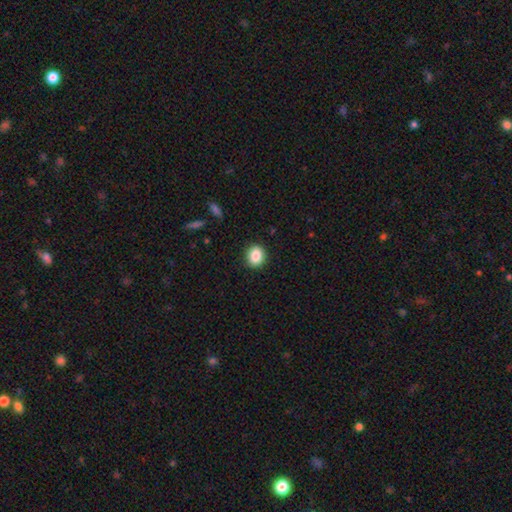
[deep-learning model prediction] A smooth galaxy with no disk features (87%) that is round (62%).

Vote fractions:
- Smooth or featured? smooth: 87% / star or artifact: 9% / featured or disk: 5%
- How rounded? round: 62% / in between: 37% / cigar-shaped: 1%
- Merging? none: 90% / minor disturbance: 8% / major disturbance: 2% / merger: 1%